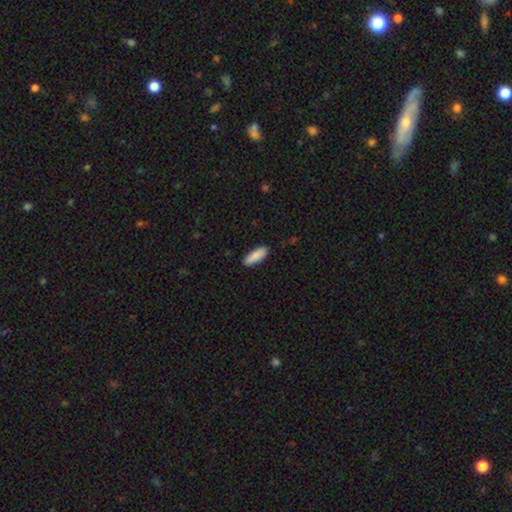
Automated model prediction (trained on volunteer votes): Smooth or featured: smooth — 86% (featured or disk — 8%)
How rounded: in between — 65% (cigar-shaped — 33%)
Merging: none — 88% (minor disturbance — 9%)